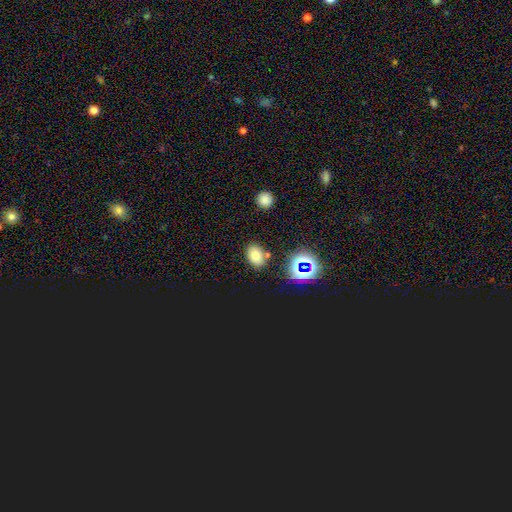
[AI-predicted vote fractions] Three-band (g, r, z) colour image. It shows a smooth galaxy with no disk features (67%) that is in between round and cigar-shaped (75%). Merging: none (80%).